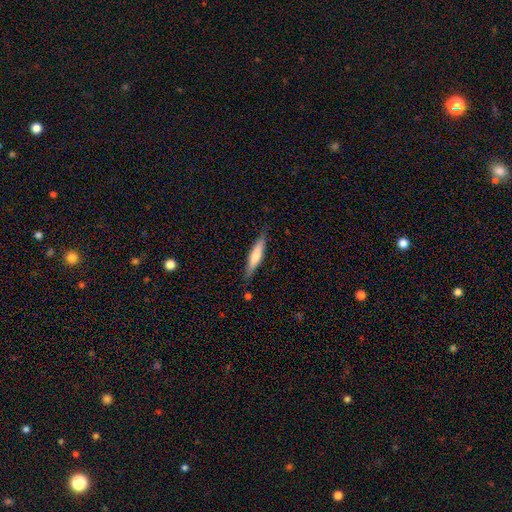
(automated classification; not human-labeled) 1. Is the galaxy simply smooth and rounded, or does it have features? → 67% smooth, 27% featured or disk, 6% star or artifact.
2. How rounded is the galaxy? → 84% cigar-shaped, 15% in between, 1% round.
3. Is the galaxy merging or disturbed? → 83% none, 13% minor disturbance, 2% major disturbance, 1% merger.